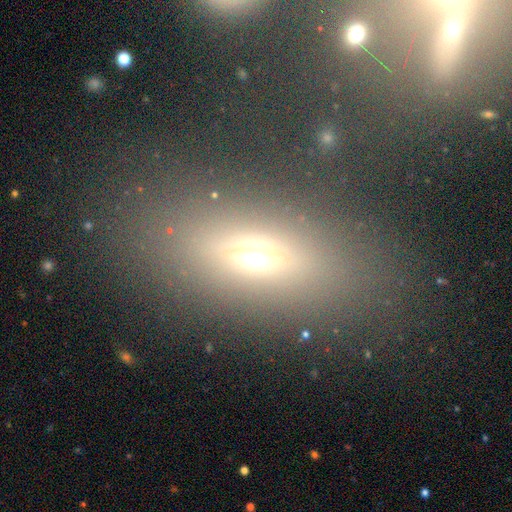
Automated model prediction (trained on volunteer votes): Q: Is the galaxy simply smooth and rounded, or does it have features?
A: smooth — 55%.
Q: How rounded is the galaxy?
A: in between — 68%.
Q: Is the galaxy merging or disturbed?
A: none — 77%.